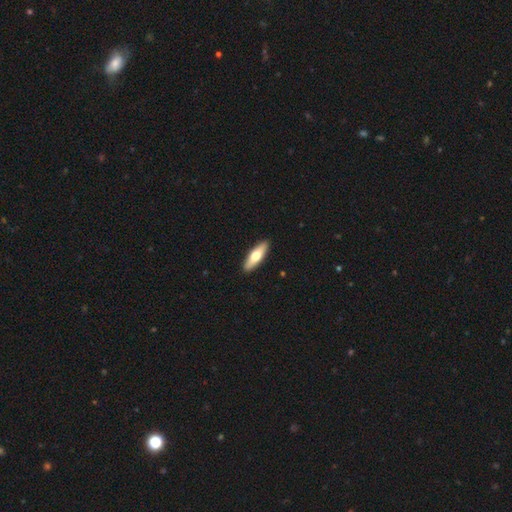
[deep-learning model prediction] Smooth or featured? smooth (61%)
How rounded? cigar-shaped (52%)
Merging? none (91%)